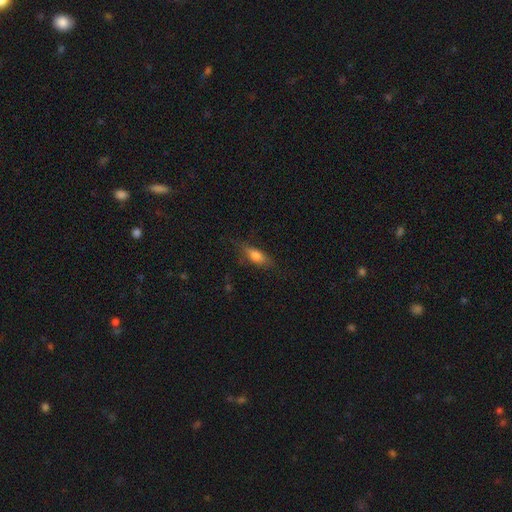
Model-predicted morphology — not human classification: A smooth galaxy with no disk features (70%) that is in between round and cigar-shaped (66%).

Vote fractions:
- Smooth or featured? smooth: 70% / featured or disk: 21% / star or artifact: 8%
- How rounded? in between: 66% / cigar-shaped: 30% / round: 3%
- Merging? none: 71% / minor disturbance: 21% / major disturbance: 7% / merger: 2%